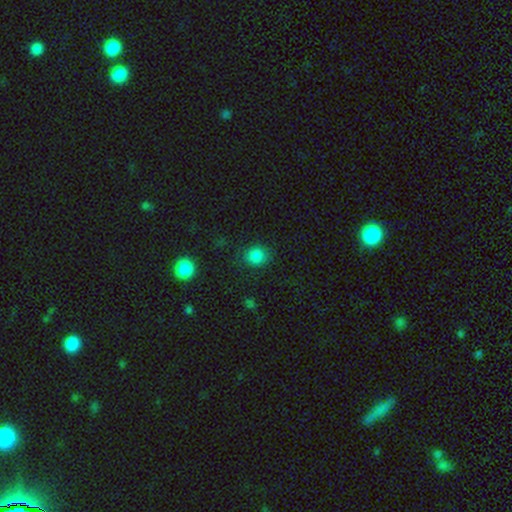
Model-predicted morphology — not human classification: Smooth or featured? smooth (84%)
How rounded? round (81%)
Merging? none (82%)